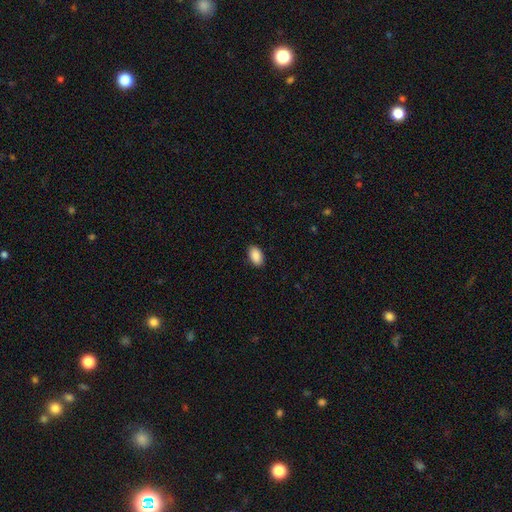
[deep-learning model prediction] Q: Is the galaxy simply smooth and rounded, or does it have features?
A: smooth — 90%.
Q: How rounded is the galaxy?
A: in between — 94%.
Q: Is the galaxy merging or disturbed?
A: none — 90%.